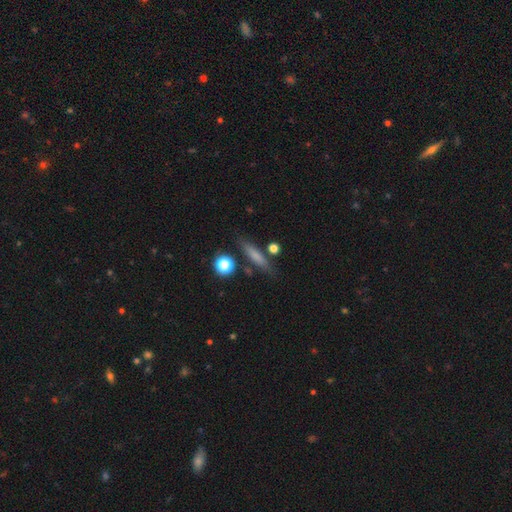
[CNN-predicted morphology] A smooth galaxy with no disk features (71%) that is cigar-shaped (82%).

Vote fractions:
- Smooth or featured? smooth: 71% / featured or disk: 20% / star or artifact: 8%
- How rounded? cigar-shaped: 82% / in between: 14% / round: 5%
- Merging? none: 81% / minor disturbance: 11% / merger: 5% / major disturbance: 3%